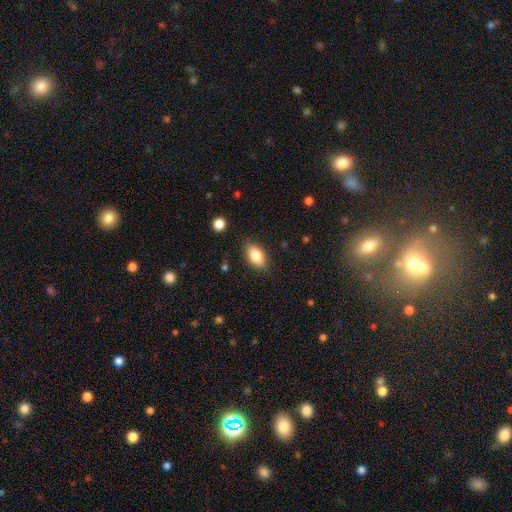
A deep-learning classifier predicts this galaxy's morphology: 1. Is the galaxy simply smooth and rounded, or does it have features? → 85% smooth, 8% featured or disk, 7% star or artifact.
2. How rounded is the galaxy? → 92% in between, 5% round, 3% cigar-shaped.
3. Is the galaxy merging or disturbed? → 83% none, 12% minor disturbance, 3% major disturbance, 1% merger.